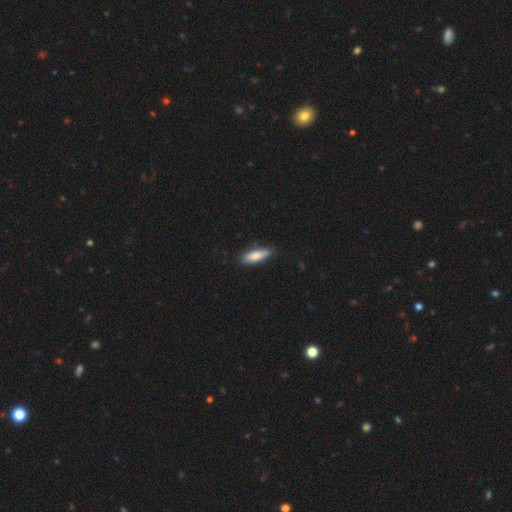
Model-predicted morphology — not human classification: The model was most divided on "how rounded": cigar-shaped: 58%, in between: 40%, round: 2%. More confident: merging — none (84%); smooth or featured — smooth (80%).